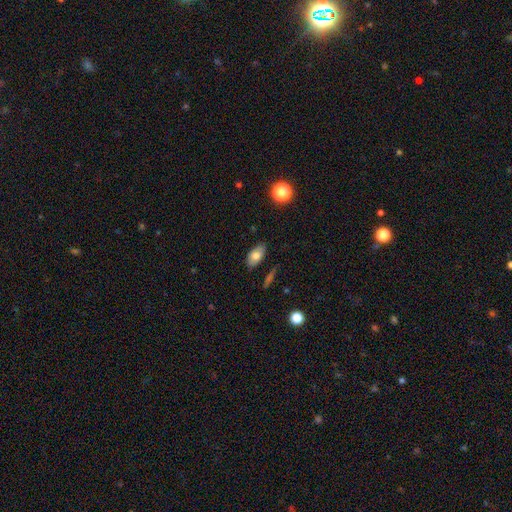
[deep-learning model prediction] This appears to be a smooth galaxy with no disk features (75%) that is in between round and cigar-shaped (91%). Merging: none (81%).